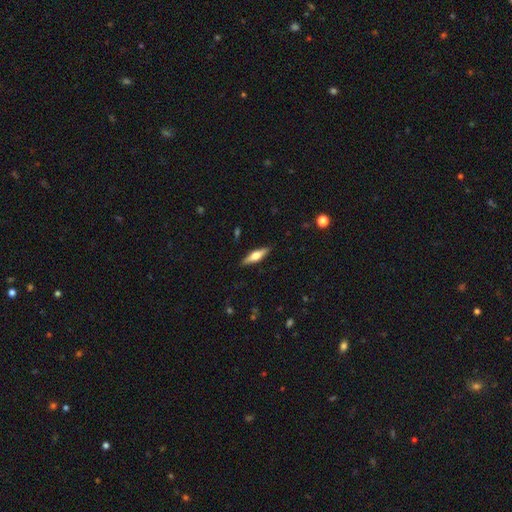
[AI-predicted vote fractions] Smooth or featured? Predicted: featured or disk (p=0.51). Edge-on disk? Predicted: yes (p=0.94). Merging? Predicted: none (p=0.89).